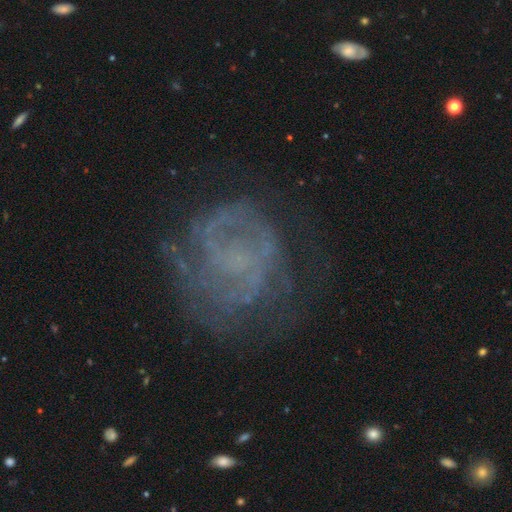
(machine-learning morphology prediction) smooth_or_featured: featured or disk (p=0.72) [alt: smooth p=0.15]
disk_edge_on: no (p=0.98) [alt: yes p=0.02]
bar: no (p=0.72) [alt: weak p=0.23]
has_spiral_arms: yes (p=0.74) [alt: no p=0.26]
spiral_winding: tight (p=0.48) [alt: medium p=0.34]
spiral_arm_count: can't tell (p=0.41) [alt: 2 p=0.32]
bulge_size: none (p=0.65) [alt: small p=0.24]
merging: none (p=0.61) [alt: minor disturbance p=0.18]